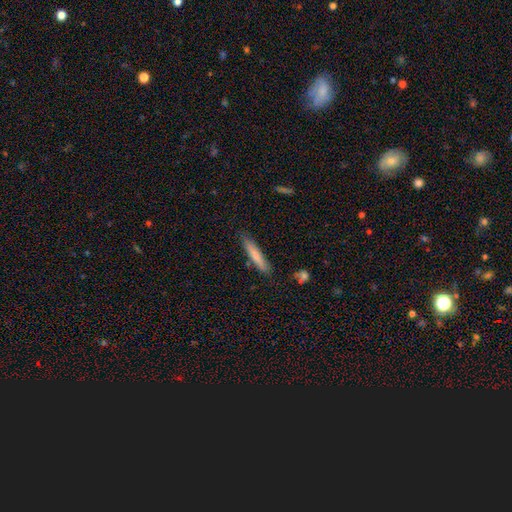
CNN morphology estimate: smooth-or-featured: smooth: 73% | featured or disk: 21% | star or artifact: 6%
  how-rounded: cigar-shaped: 91% | in between: 7% | round: 1%
  merging: none: 82% | minor disturbance: 13% | merger: 3% | major disturbance: 2%